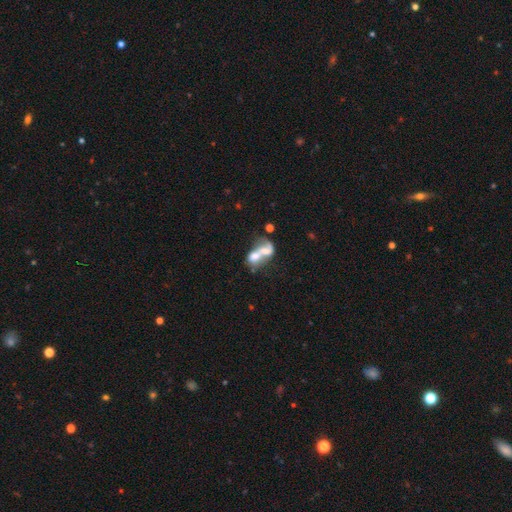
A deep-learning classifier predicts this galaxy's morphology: The model was most divided on "smooth or featured": featured or disk: 46%, smooth: 44%, star or artifact: 10%. More confident: merging — merger (73%).